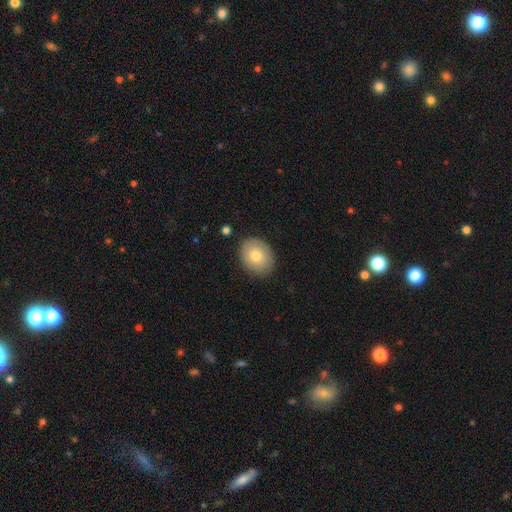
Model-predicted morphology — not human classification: smooth-or-featured: smooth: 77% | featured or disk: 16% | star or artifact: 7%
  how-rounded: in between: 58% | round: 41% | cigar-shaped: 1%
  merging: none: 86% | minor disturbance: 10% | major disturbance: 2% | merger: 1%